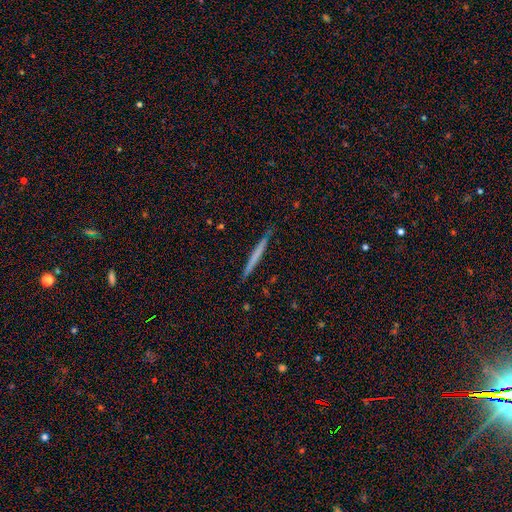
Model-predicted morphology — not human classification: A smooth galaxy with no disk features (59%) that is cigar-shaped (97%).

Vote fractions:
- Smooth or featured? smooth: 59% / featured or disk: 36% / star or artifact: 6%
- How rounded? cigar-shaped: 97% / in between: 2% / round: 1%
- Merging? none: 89% / minor disturbance: 8% / major disturbance: 1% / merger: 1%